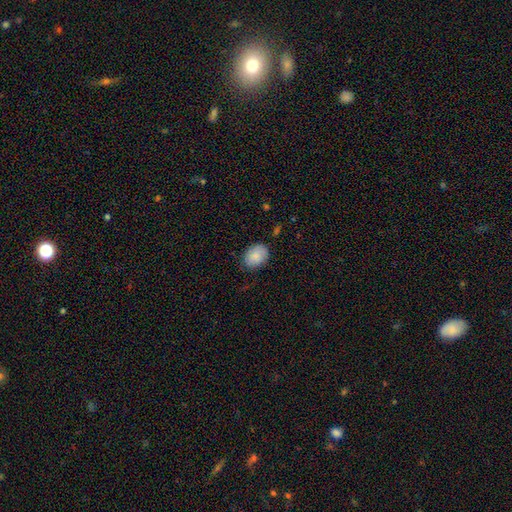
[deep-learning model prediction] Smooth or featured? smooth (87%)
How rounded? in between (73%)
Merging? none (80%)